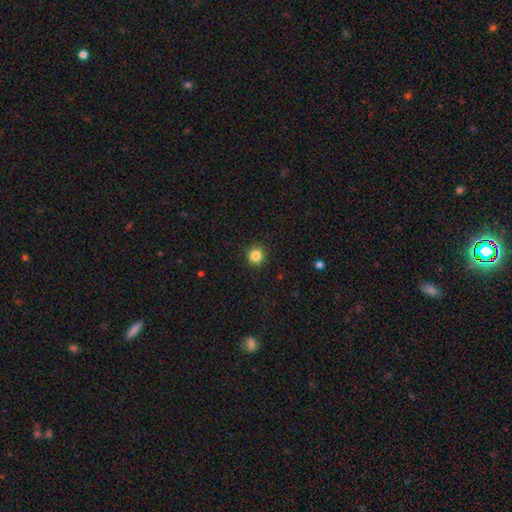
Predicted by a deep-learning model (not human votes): smooth_or_featured: smooth (p=0.85) [alt: star or artifact p=0.11]
how_rounded: round (p=0.92) [alt: in between p=0.07]
merging: none (p=0.91) [alt: minor disturbance p=0.06]